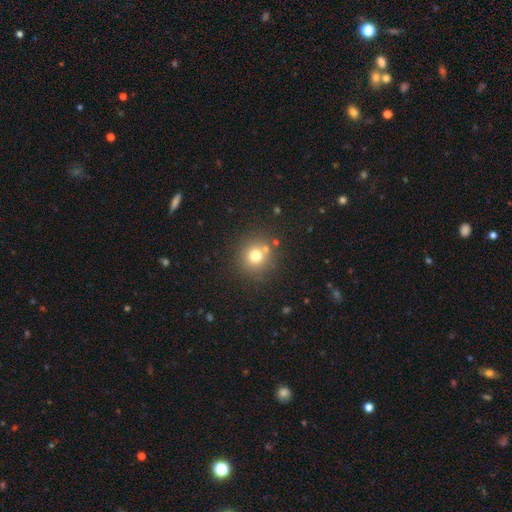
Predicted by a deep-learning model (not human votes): Smooth or featured?
  - smooth: 72% *
  - star or artifact: 17%
  - featured or disk: 11%
How rounded?
  - round: 92% *
  - in between: 7%
  - cigar-shaped: 1%
Merging?
  - none: 79% *
  - merger: 9%
  - minor disturbance: 8%
  - major disturbance: 4%